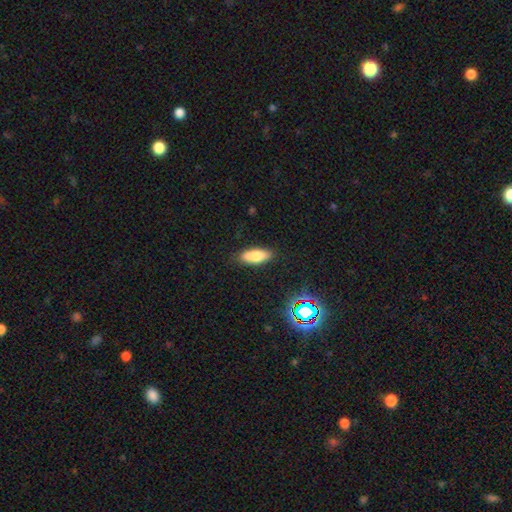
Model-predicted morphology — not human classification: This appears to be a smooth galaxy with no disk features (77%) that is in between round and cigar-shaped (70%). Merging: none (82%).